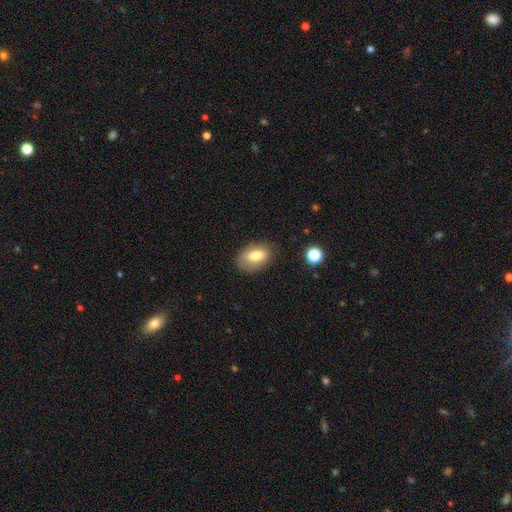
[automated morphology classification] Smooth or featured?
  - smooth: 73% *
  - featured or disk: 19%
  - star or artifact: 8%
How rounded?
  - in between: 88% *
  - round: 9%
  - cigar-shaped: 2%
Merging?
  - none: 79% *
  - minor disturbance: 15%
  - major disturbance: 5%
  - merger: 2%